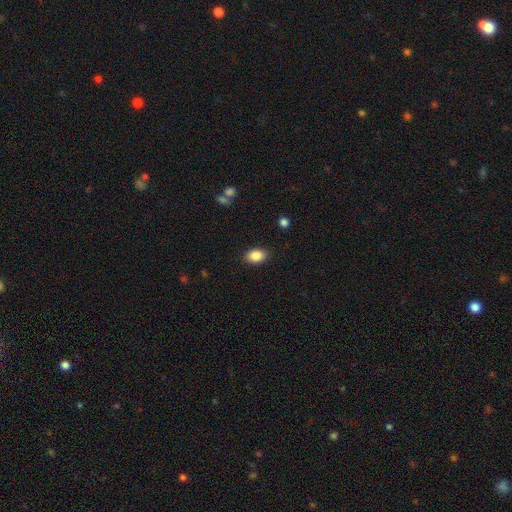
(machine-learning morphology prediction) This appears to be a smooth galaxy with no disk features (87%) that is in between round and cigar-shaped (83%). Merging: none (87%).